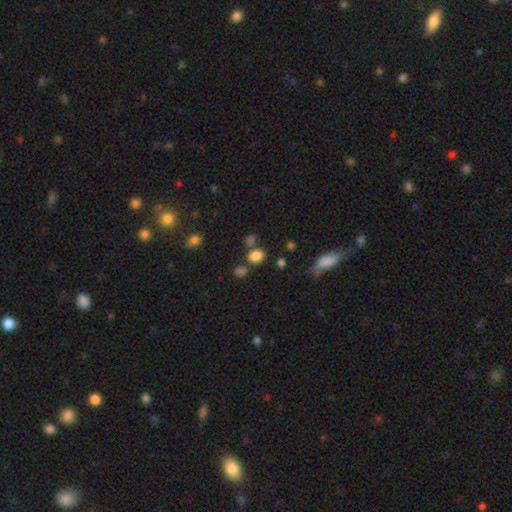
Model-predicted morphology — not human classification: Smooth or featured? Predicted: smooth (p=0.81). How rounded? Predicted: in between (p=0.62). Merging? Predicted: none (p=0.67).